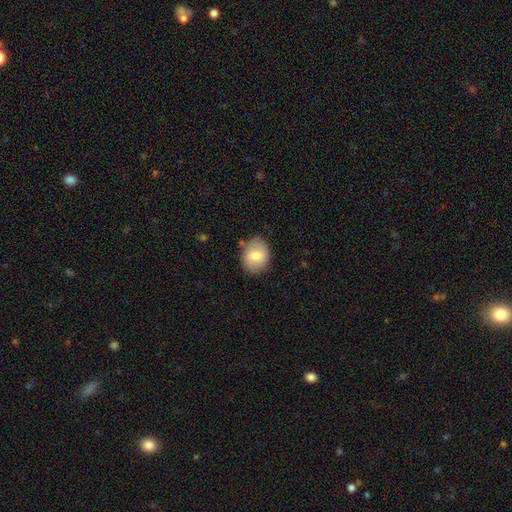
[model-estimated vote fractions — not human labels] smooth-or-featured: smooth: 71% | featured or disk: 22% | star or artifact: 7%
  how-rounded: in between: 54% | round: 45% | cigar-shaped: 1%
  merging: none: 81% | minor disturbance: 14% | major disturbance: 3% | merger: 2%